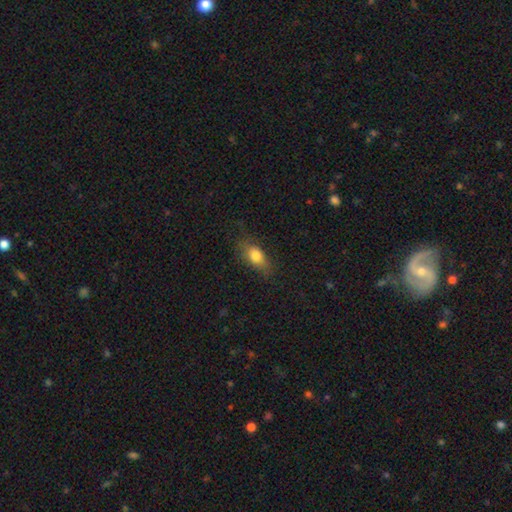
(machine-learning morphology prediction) Overall: smooth (77%). How rounded: in between (78%). Merging: none (69%).